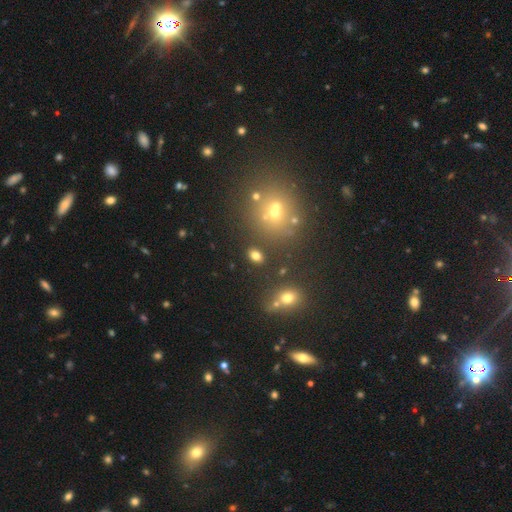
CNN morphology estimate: Smooth or featured? smooth (75%)
How rounded? in between (80%)
Merging? none (81%)